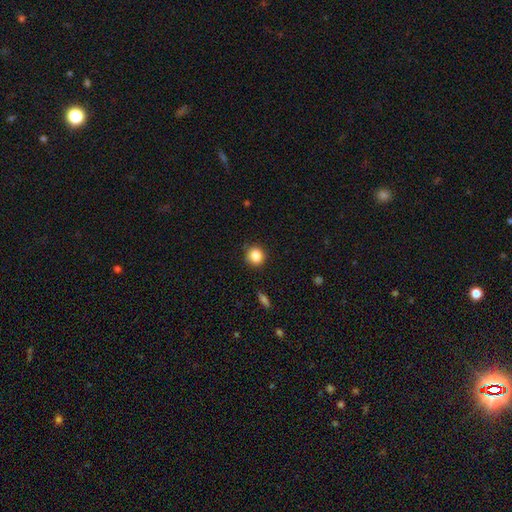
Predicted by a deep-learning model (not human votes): Smooth or featured: smooth — 85% (star or artifact — 10%)
How rounded: round — 84% (in between — 15%)
Merging: none — 85% (minor disturbance — 11%)